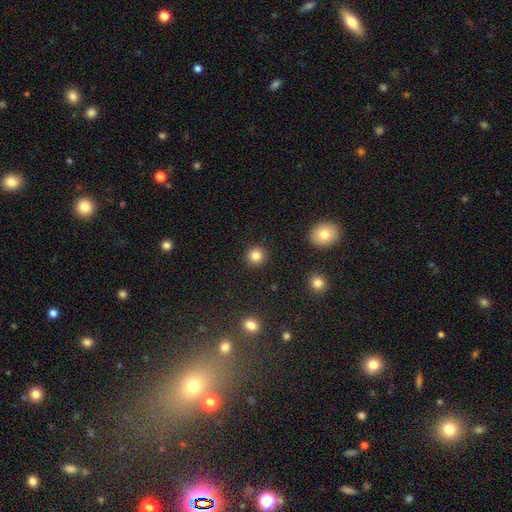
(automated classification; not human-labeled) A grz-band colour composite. It shows a smooth galaxy with no disk features (84%) that is round (94%). Merging: none (92%).